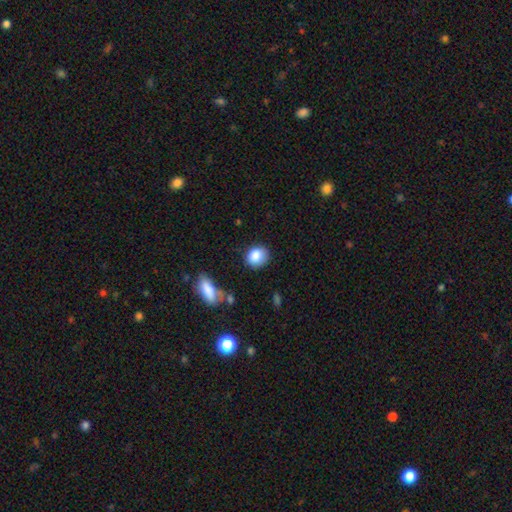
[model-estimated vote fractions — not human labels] A smooth galaxy with no disk features (86%) that is round (67%). Merging: none (75%).